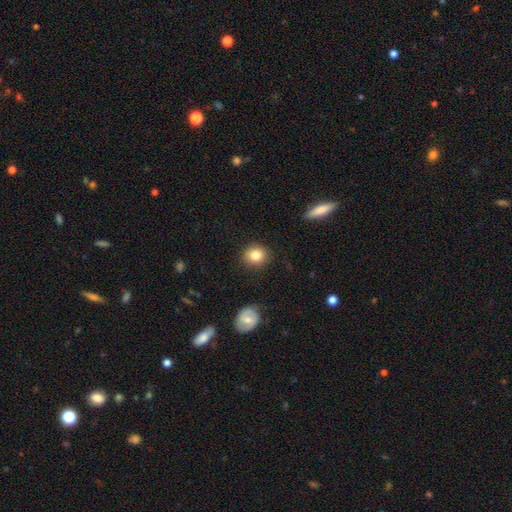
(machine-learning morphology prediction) The model was most divided on "how rounded": round: 76%, in between: 23%, cigar-shaped: 1%. More confident: merging — none (86%); smooth or featured — smooth (83%).